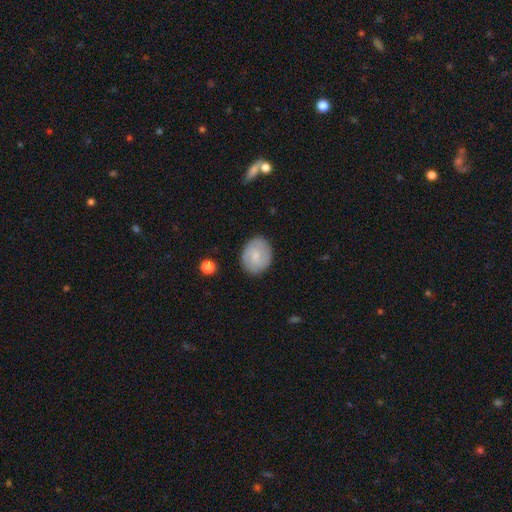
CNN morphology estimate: A smooth galaxy with no disk features (56%) that is round (58%).

Vote fractions:
- Smooth or featured? smooth: 56% / featured or disk: 37% / star or artifact: 7%
- How rounded? round: 58% / in between: 41% / cigar-shaped: 1%
- Merging? none: 85% / minor disturbance: 11% / major disturbance: 3% / merger: 1%